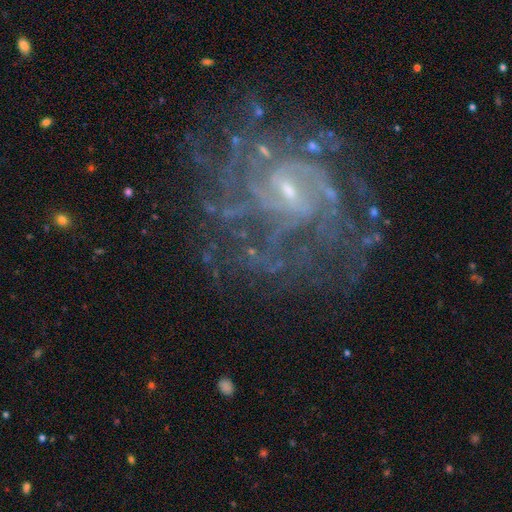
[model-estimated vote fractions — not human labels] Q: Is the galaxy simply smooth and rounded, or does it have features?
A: featured or disk — 86%.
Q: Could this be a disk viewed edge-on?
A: no — 98%.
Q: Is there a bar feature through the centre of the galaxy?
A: weak — 57%.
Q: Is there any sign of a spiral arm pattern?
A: yes — 92%.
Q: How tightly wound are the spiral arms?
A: tight — 53%.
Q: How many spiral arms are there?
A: can't tell — 40%.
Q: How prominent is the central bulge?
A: small — 74%.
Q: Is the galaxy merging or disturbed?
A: none — 65%.